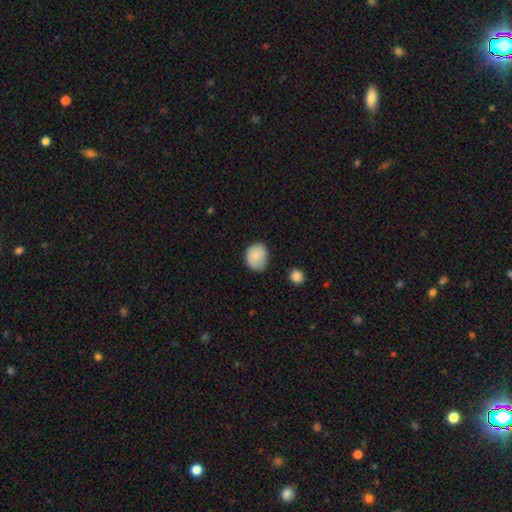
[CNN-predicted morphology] A smooth galaxy with no disk features (83%) that is round (64%). Merging: none (69%).